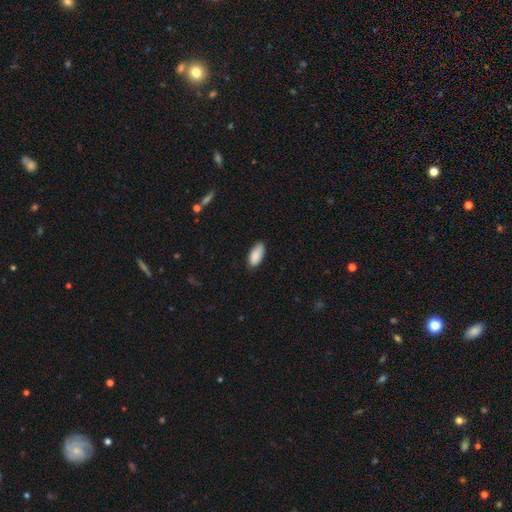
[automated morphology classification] type=smooth (88%); roundness=in between (90%); merging=none (75%).